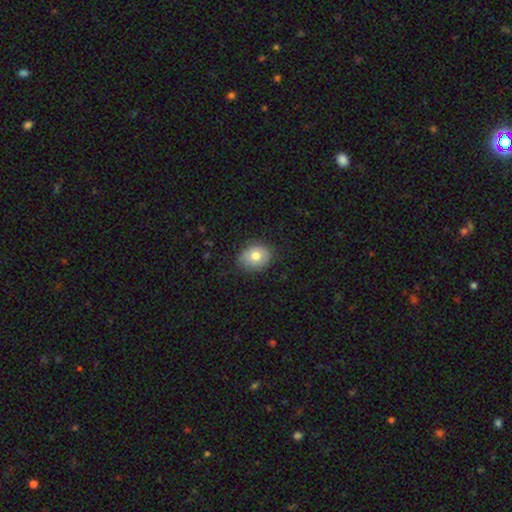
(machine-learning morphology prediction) A smooth galaxy with no disk features (75%) that is in between round and cigar-shaped (52%).

Vote fractions:
- Smooth or featured? smooth: 75% / featured or disk: 16% / star or artifact: 9%
- How rounded? in between: 52% / round: 47% / cigar-shaped: 1%
- Merging? none: 81% / minor disturbance: 15% / major disturbance: 3% / merger: 1%